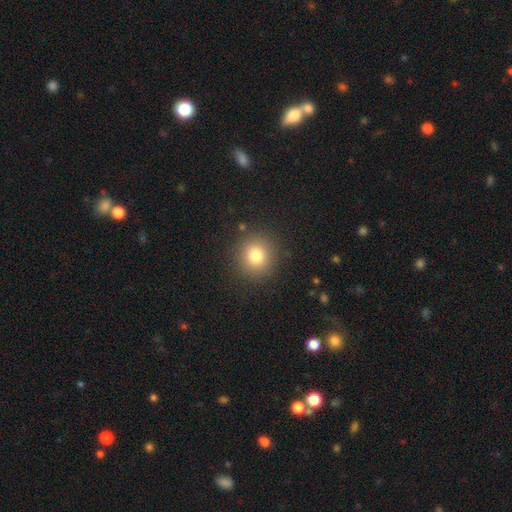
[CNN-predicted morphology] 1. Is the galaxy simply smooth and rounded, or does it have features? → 80% smooth, 13% star or artifact, 7% featured or disk.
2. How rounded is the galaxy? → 90% round, 9% in between, 1% cigar-shaped.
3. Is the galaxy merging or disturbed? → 89% none, 7% minor disturbance, 3% major disturbance, 1% merger.